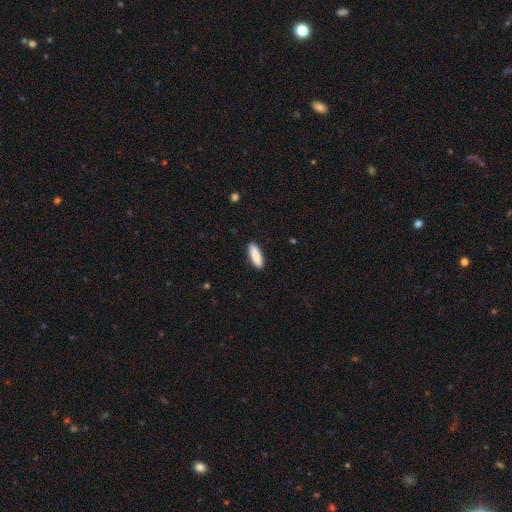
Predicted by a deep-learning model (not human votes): Smooth or featured?
  - smooth: 87% *
  - featured or disk: 7%
  - star or artifact: 5%
How rounded?
  - in between: 55% *
  - cigar-shaped: 43%
  - round: 2%
Merging?
  - none: 89% *
  - minor disturbance: 8%
  - major disturbance: 2%
  - merger: 1%